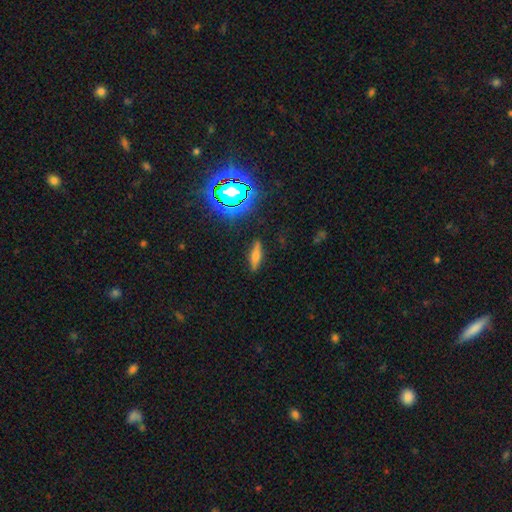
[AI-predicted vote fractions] smooth_or_featured: smooth (p=0.52) [alt: featured or disk p=0.32]
how_rounded: cigar-shaped (p=0.62) [alt: in between p=0.34]
merging: none (p=0.87) [alt: minor disturbance p=0.09]